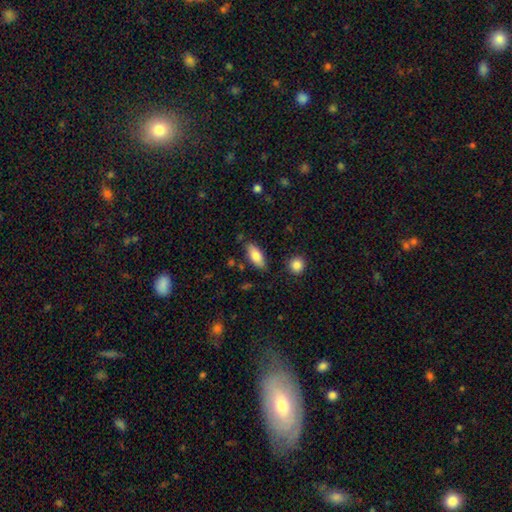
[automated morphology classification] Smooth or featured? Predicted: smooth (p=0.78). How rounded? Predicted: in between (p=0.81). Merging? Predicted: none (p=0.81).